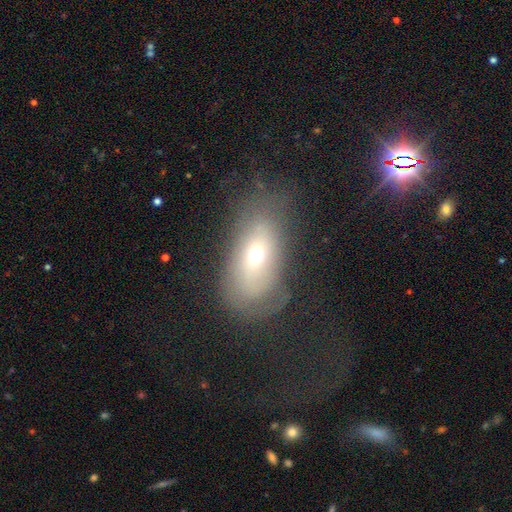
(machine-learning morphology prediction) smooth 54%, featured or disk 33%, star or artifact 13%. Down the decision tree: how rounded — in between (83%); merging — none (57%).